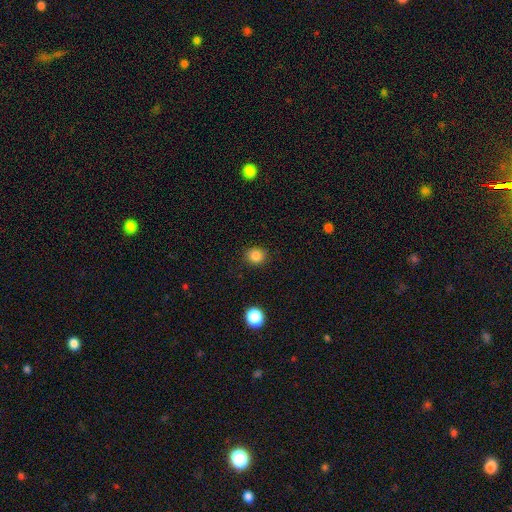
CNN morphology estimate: Smooth or featured? Predicted: smooth (p=0.84). How rounded? Predicted: round (p=0.82). Merging? Predicted: none (p=0.90).